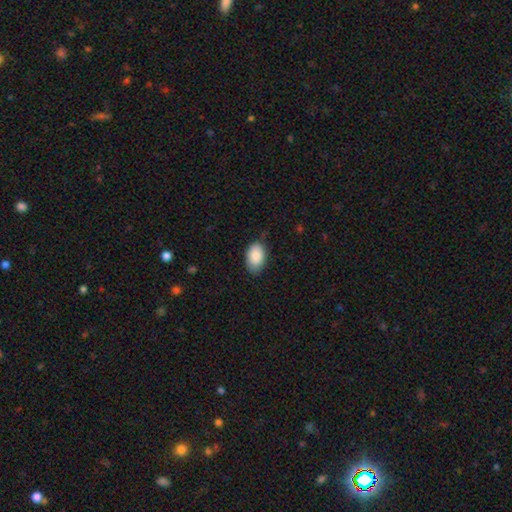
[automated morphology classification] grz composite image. It shows a smooth galaxy with no disk features (88%) that is in between round and cigar-shaped (92%). Merging: none (75%).